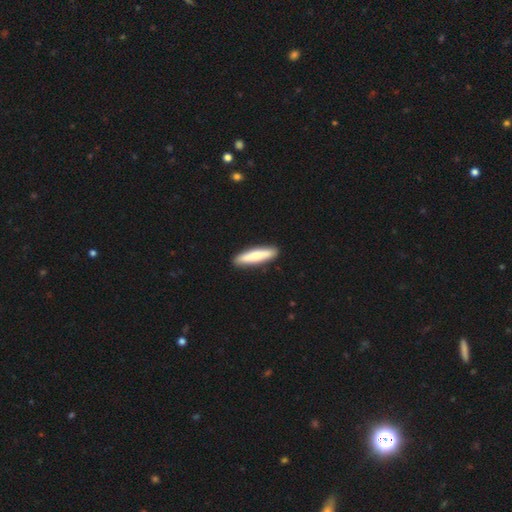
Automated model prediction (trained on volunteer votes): A smooth galaxy with no disk features (74%) that is cigar-shaped (84%).

Vote fractions:
- Smooth or featured? smooth: 74% / featured or disk: 21% / star or artifact: 5%
- How rounded? cigar-shaped: 84% / in between: 15% / round: 1%
- Merging? none: 91% / minor disturbance: 6% / major disturbance: 1% / merger: 1%